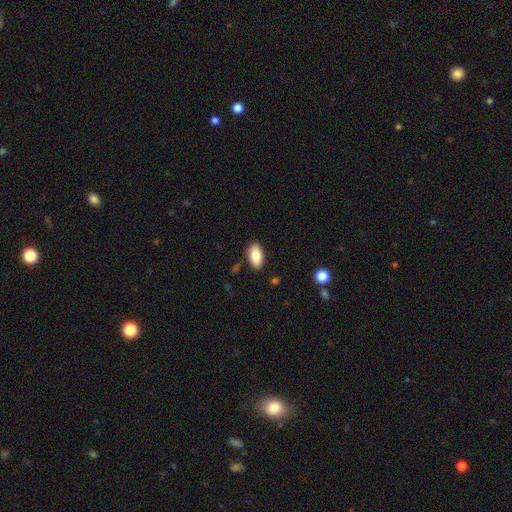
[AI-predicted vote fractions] This is clearly a smooth galaxy (83%). How rounded: clearly in between (93%). Merging: clearly none (87%).